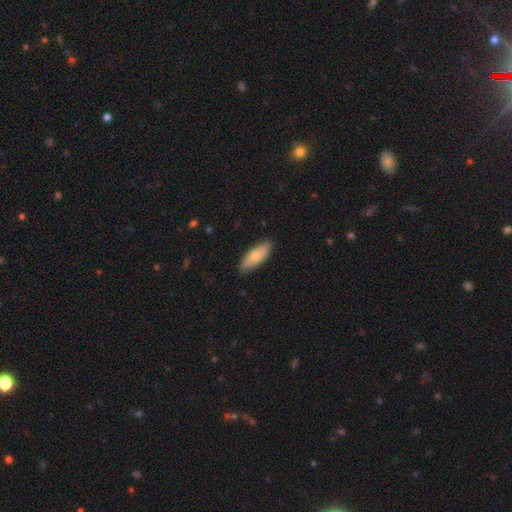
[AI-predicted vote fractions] Overall: smooth (74%). How rounded: in between (66%; cigar-shaped 31%). Merging: none (85%).